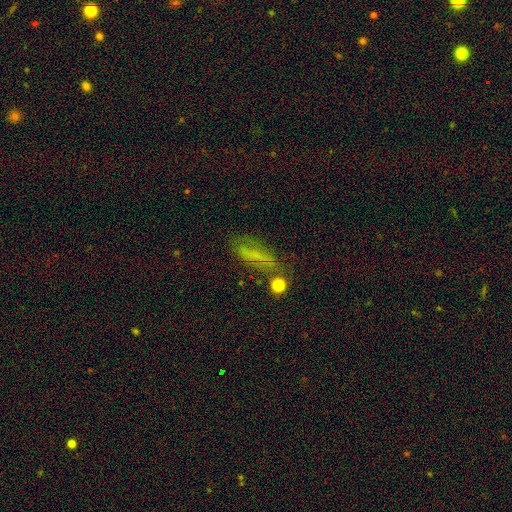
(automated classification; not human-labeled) The model was most divided on "how rounded": cigar-shaped: 48%, in between: 46%, round: 6%. More confident: merging — none (57%); smooth or featured — smooth (52%).